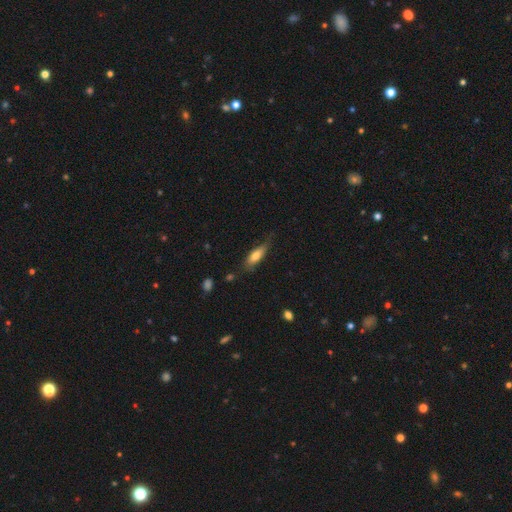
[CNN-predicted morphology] Smooth or featured? smooth (70%)
How rounded? in between (54%)
Merging? none (66%)